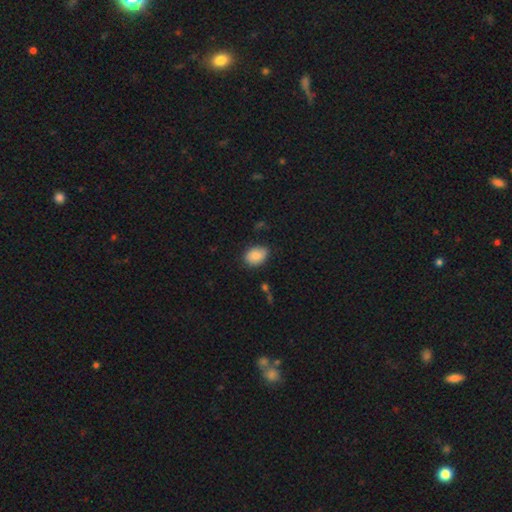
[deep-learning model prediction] Smooth or featured? Predicted: smooth (p=0.85). How rounded? Predicted: in between (p=0.74). Merging? Predicted: none (p=0.75).